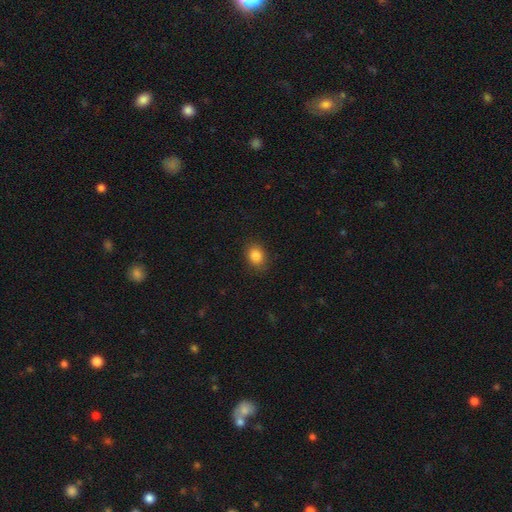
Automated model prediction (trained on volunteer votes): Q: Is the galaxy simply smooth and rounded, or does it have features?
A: smooth — 84%.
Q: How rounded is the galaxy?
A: round — 52%.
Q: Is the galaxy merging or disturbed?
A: none — 87%.